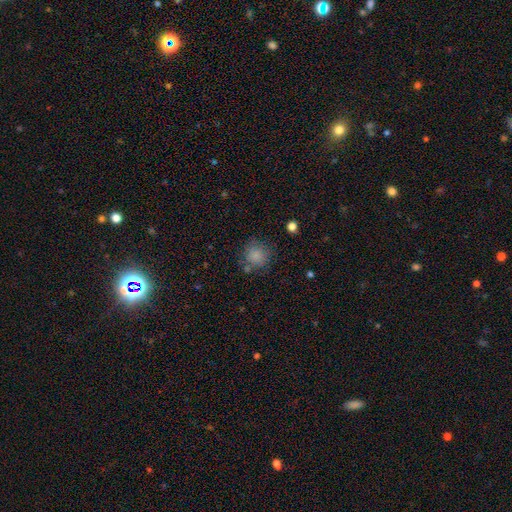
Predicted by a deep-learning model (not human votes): A smooth galaxy with no disk features (84%) that is round (90%).

Vote fractions:
- Smooth or featured? smooth: 84% / star or artifact: 10% / featured or disk: 6%
- How rounded? round: 90% / in between: 9% / cigar-shaped: 1%
- Merging? none: 75% / minor disturbance: 15% / merger: 5% / major disturbance: 5%